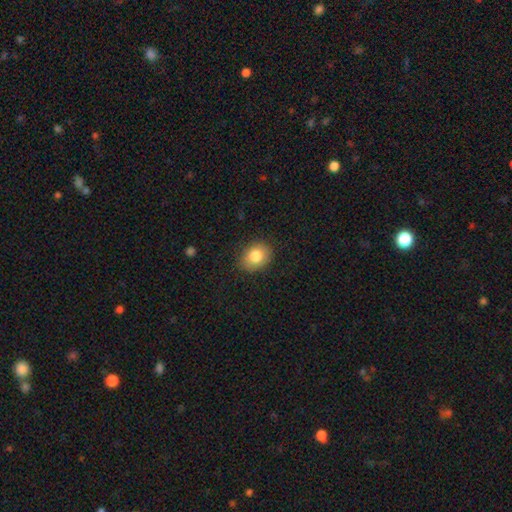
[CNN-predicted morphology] This is clearly a smooth galaxy (82%). How rounded: possibly in between (56%). Merging: clearly none (85%).